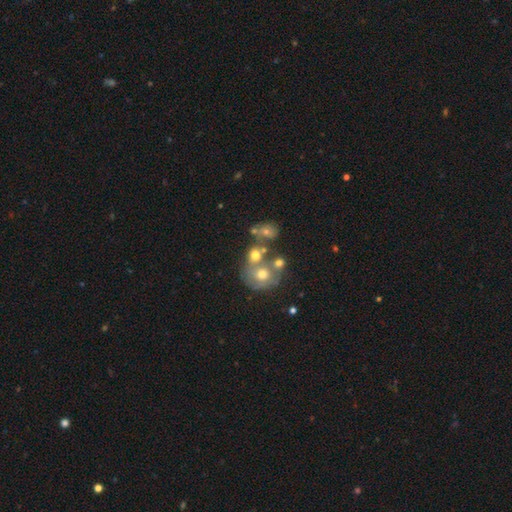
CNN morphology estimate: smooth_or_featured: smooth (p=0.53) [alt: featured or disk p=0.31]
how_rounded: round (p=0.70) [alt: in between p=0.29]
merging: merger (p=0.48) [alt: none p=0.33]